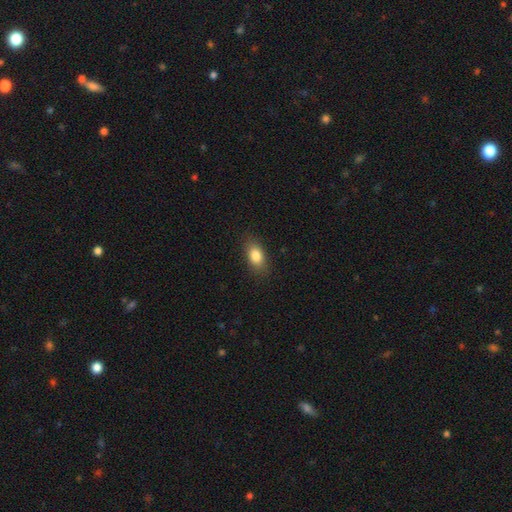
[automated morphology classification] smooth_or_featured: smooth (p=0.84) [alt: featured or disk p=0.08]
how_rounded: in between (p=0.85) [alt: round p=0.10]
merging: none (p=0.84) [alt: minor disturbance p=0.12]